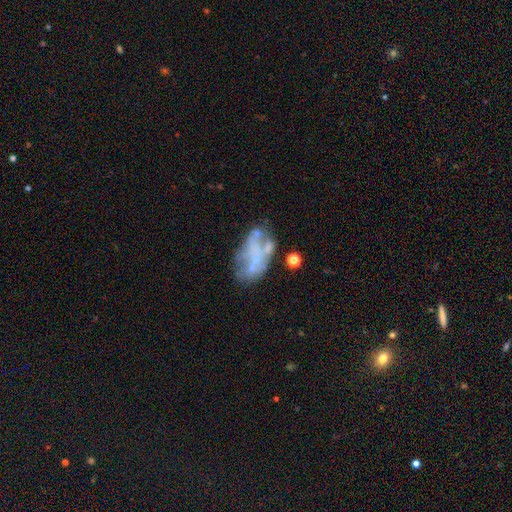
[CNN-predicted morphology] type=featured or disk (65%); edge-on=no (97%); bar=no (80%); spiral arms=no (78%); bulge=small (57%); merging=none (38%).